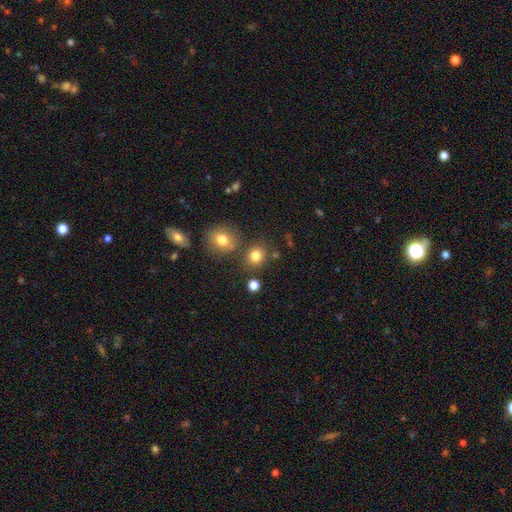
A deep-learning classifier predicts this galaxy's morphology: Smooth or featured?
  - smooth: 80% *
  - star or artifact: 14%
  - featured or disk: 6%
How rounded?
  - round: 82% *
  - in between: 17%
  - cigar-shaped: 1%
Merging?
  - none: 76% *
  - merger: 11%
  - minor disturbance: 9%
  - major disturbance: 3%